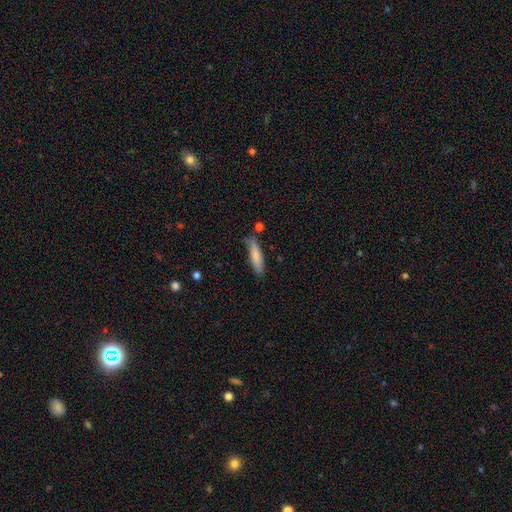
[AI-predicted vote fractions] smooth_or_featured: smooth (p=0.79) [alt: featured or disk p=0.15]
how_rounded: cigar-shaped (p=0.75) [alt: in between p=0.23]
merging: none (p=0.71) [alt: minor disturbance p=0.20]